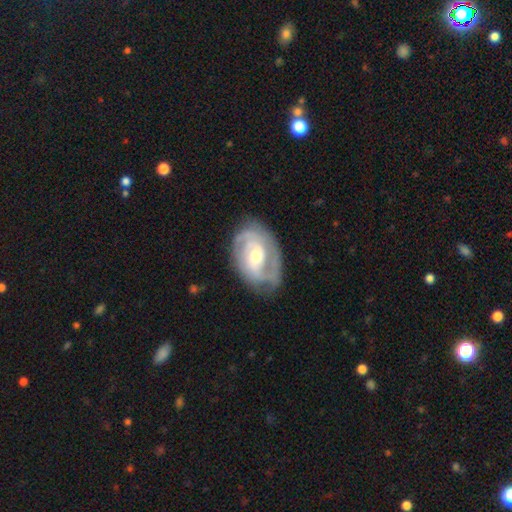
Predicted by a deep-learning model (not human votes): The model was most divided on "bar": weak: 44%, no: 40%, strong: 17%. More confident: edge-on disk — no (97%); spiral arms — yes (94%); smooth or featured — featured or disk (86%); merging — none (75%); bulge size — moderate (64%); spiral arm count — 2 (58%); spiral winding — tight (54%).